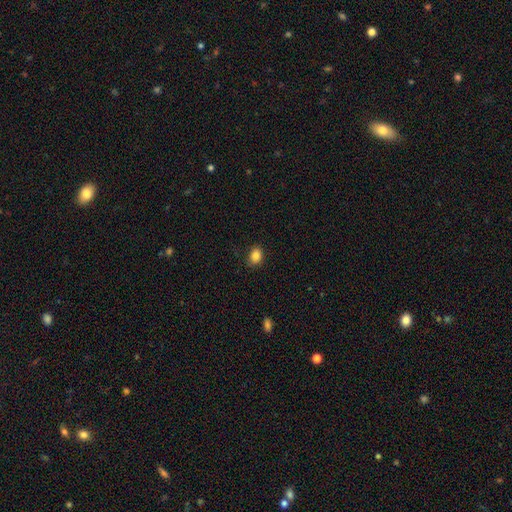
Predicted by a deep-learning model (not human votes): A smooth galaxy with no disk features (85%) that is in between round and cigar-shaped (65%). Merging: none (87%).